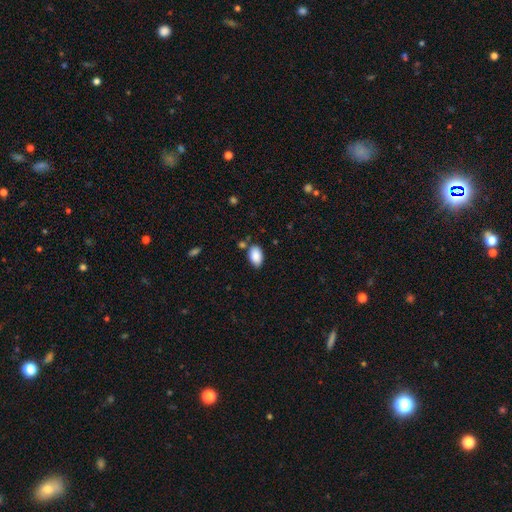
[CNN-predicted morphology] Q: Smooth or featured?
A: smooth (89%); runner-up: star or artifact (7%)
Q: How rounded?
A: in between (92%); runner-up: round (7%)
Q: Merging?
A: none (77%); runner-up: minor disturbance (14%)